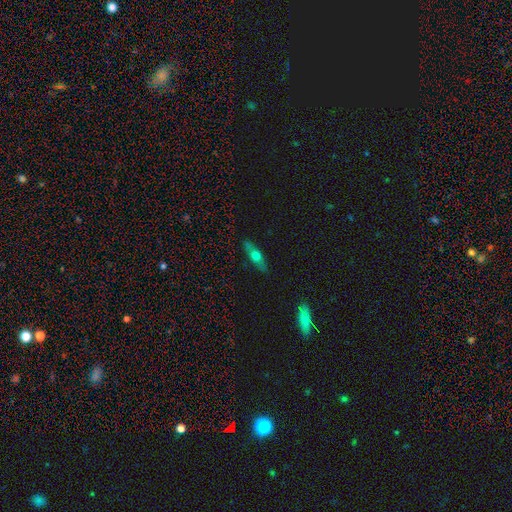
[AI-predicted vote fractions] smooth_or_featured: featured or disk (p=0.48) [alt: smooth p=0.44]
merging: none (p=0.86) [alt: minor disturbance p=0.10]